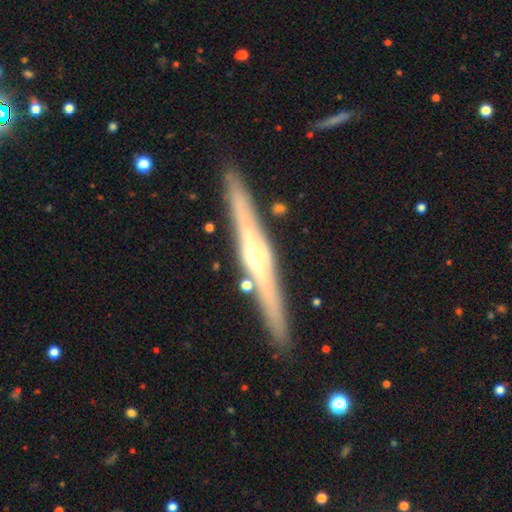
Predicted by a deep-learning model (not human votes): smooth_or_featured: featured or disk (p=0.79) [alt: smooth p=0.15]
disk_edge_on: yes (p=0.97) [alt: no p=0.03]
edge_on_bulge: rounded (p=0.81) [alt: none p=0.11]
merging: none (p=0.89) [alt: minor disturbance p=0.07]